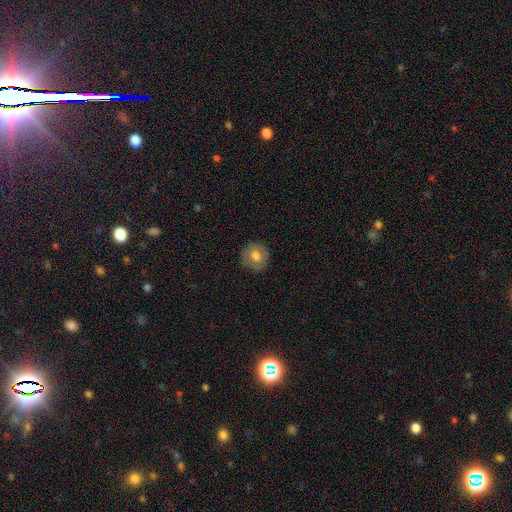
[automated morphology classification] Overall: smooth (66%). How rounded: round (85%). Merging: none (84%).